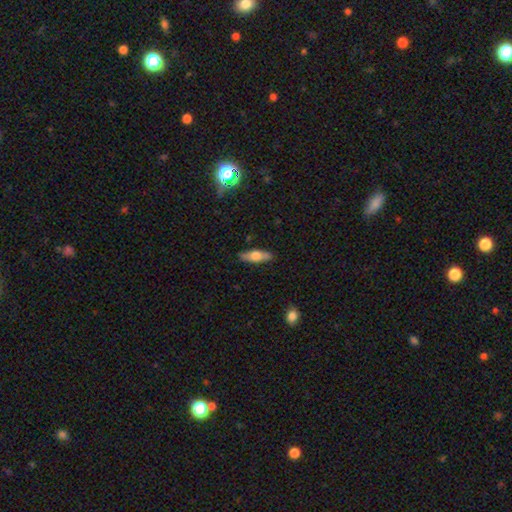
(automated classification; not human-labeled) Overall: smooth (62%; featured or disk 32%). How rounded: in between (51%; cigar-shaped 46%). Merging: none (87%).